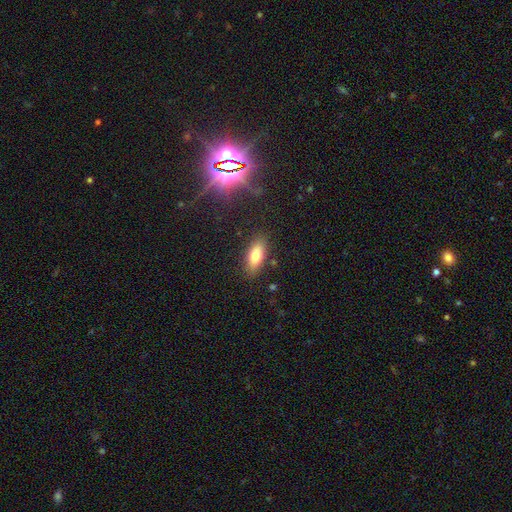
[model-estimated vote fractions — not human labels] Q: Smooth or featured?
A: smooth (76%); runner-up: featured or disk (16%)
Q: How rounded?
A: in between (81%); runner-up: cigar-shaped (16%)
Q: Merging?
A: none (84%); runner-up: minor disturbance (11%)